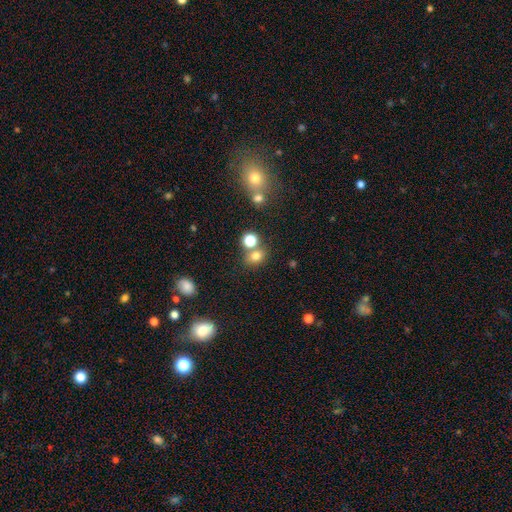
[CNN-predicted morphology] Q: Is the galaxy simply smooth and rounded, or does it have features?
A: smooth — 74%.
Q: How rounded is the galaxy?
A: round — 63%.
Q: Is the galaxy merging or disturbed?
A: none — 63%.